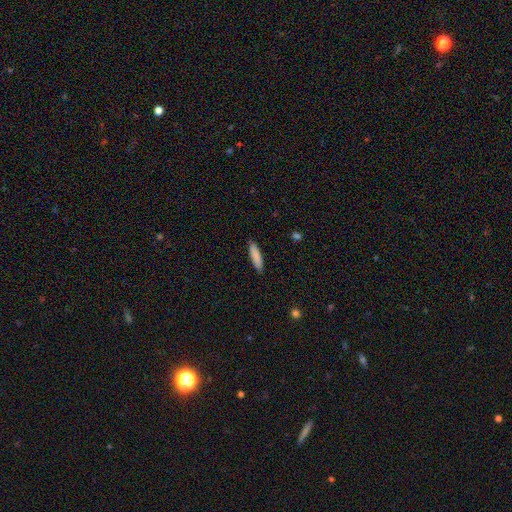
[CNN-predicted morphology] type=smooth (87%); roundness=cigar-shaped (75%); merging=none (89%).